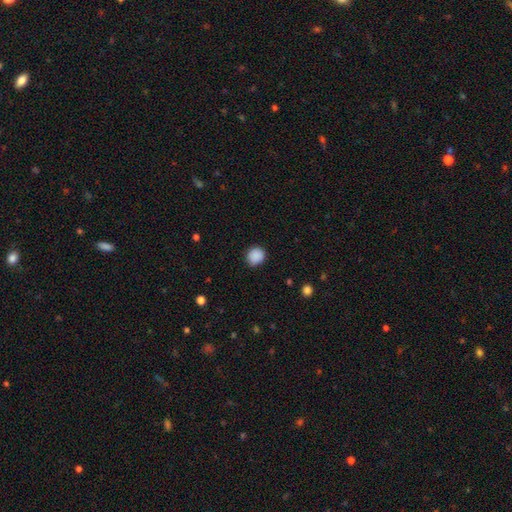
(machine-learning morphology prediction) Smooth or featured? Predicted: smooth (p=0.89). How rounded? Predicted: round (p=0.83). Merging? Predicted: none (p=0.86).